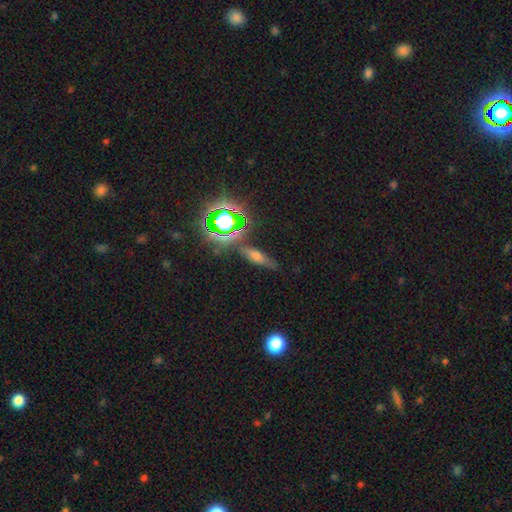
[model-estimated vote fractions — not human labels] smooth-or-featured: smooth: 45% | featured or disk: 29% | star or artifact: 26%
  merging: none: 77% | minor disturbance: 14% | major disturbance: 5% | merger: 5%